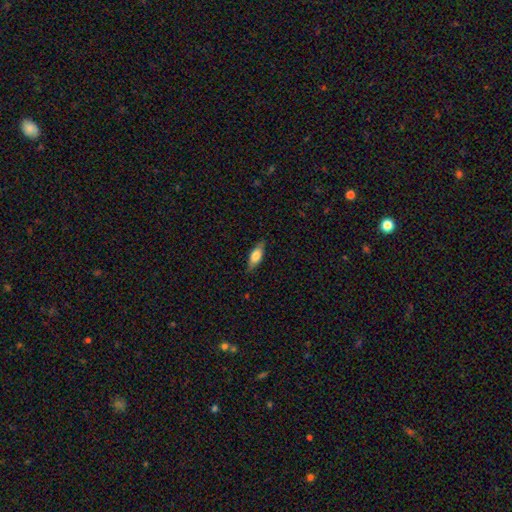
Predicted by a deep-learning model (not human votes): This appears to be a smooth galaxy with no disk features (67%) that is in between round and cigar-shaped (68%). Merging: none (83%).